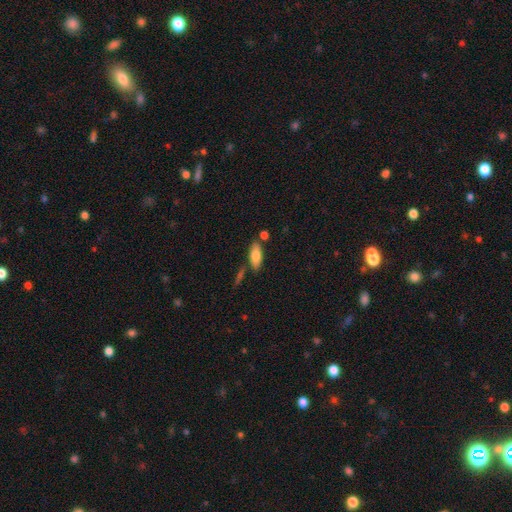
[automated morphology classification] smooth-or-featured: smooth: 77% | featured or disk: 16% | star or artifact: 7%
  how-rounded: in between: 76% | cigar-shaped: 21% | round: 2%
  merging: none: 73% | minor disturbance: 13% | merger: 10% | major disturbance: 3%